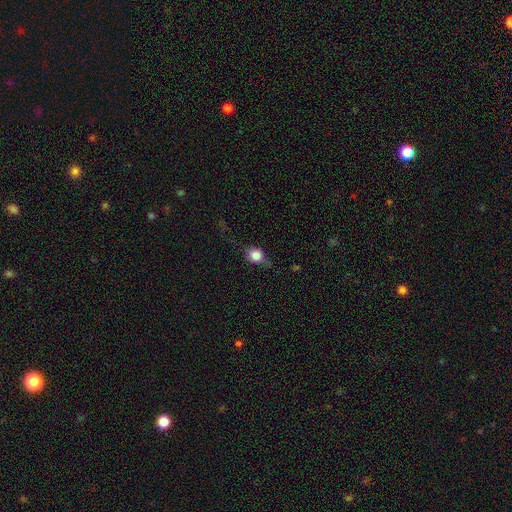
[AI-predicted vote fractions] smooth 71%, featured or disk 19%, star or artifact 11%. Down the decision tree: how rounded — round (73%); merging — none (62%).